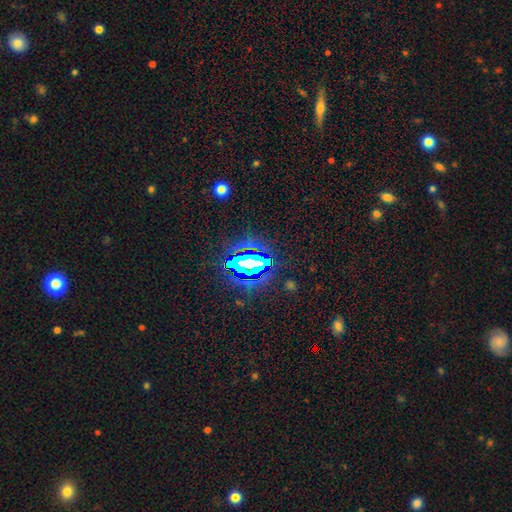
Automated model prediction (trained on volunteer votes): Overall: star or artifact (73%).